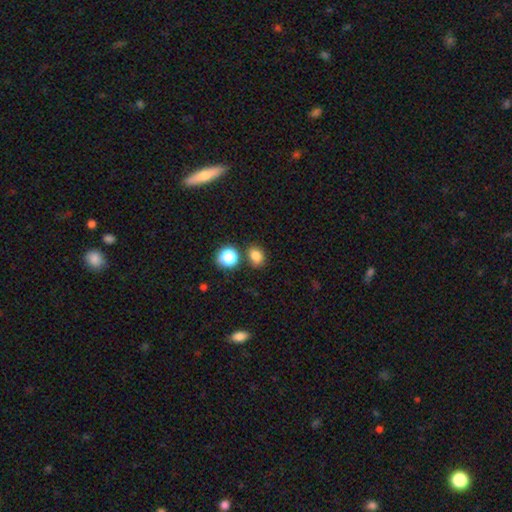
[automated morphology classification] Smooth or featured? Predicted: smooth (p=0.80). How rounded? Predicted: round (p=0.50). Merging? Predicted: none (p=0.77).